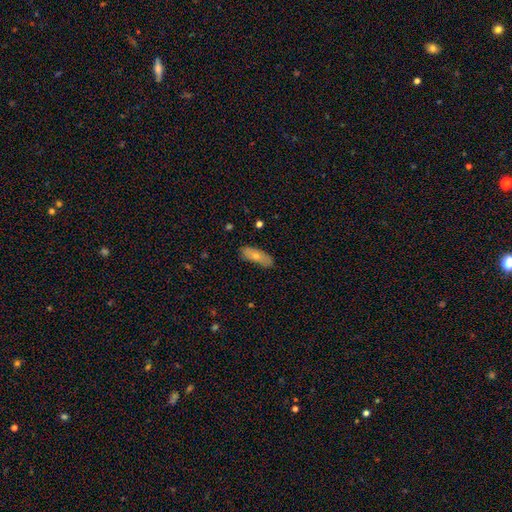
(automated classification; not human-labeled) Smooth or featured: smooth — 69% (featured or disk — 25%)
How rounded: in between — 62% (cigar-shaped — 35%)
Merging: none — 78% (minor disturbance — 18%)